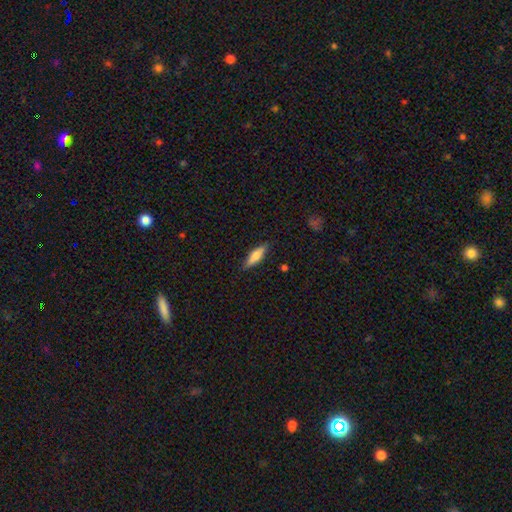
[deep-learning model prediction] A smooth galaxy with no disk features (74%) that is cigar-shaped (61%). Merging: none (85%).